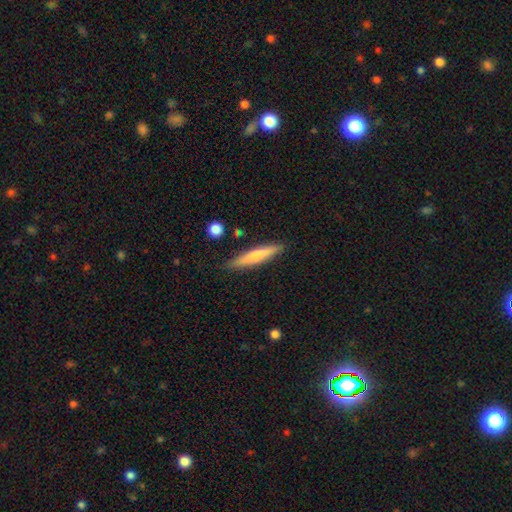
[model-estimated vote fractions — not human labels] This appears to be a smooth galaxy with no disk features (59%) that is cigar-shaped (91%). Merging: none (88%).